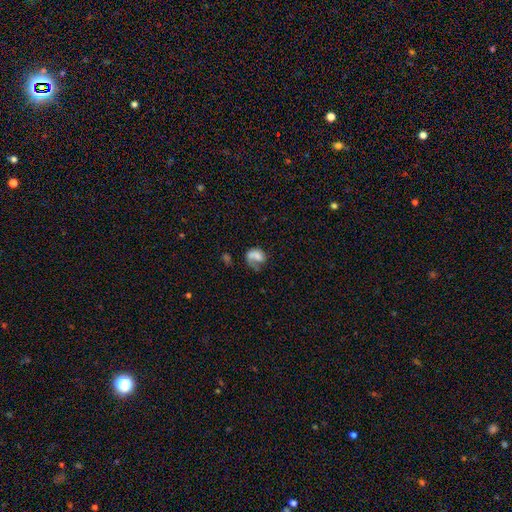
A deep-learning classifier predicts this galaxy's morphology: Smooth or featured? smooth (49%)
Merging? major disturbance (41%)